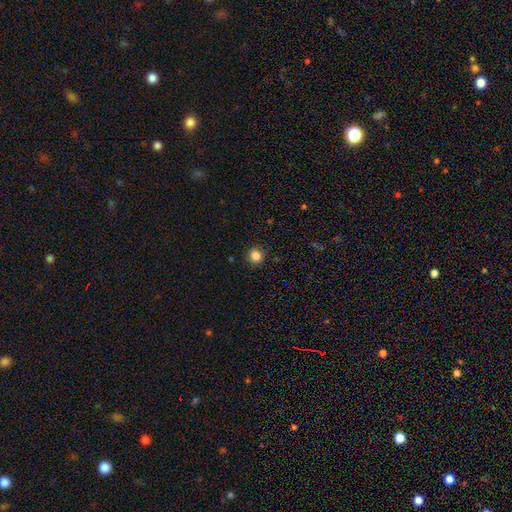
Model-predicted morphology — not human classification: type=smooth (83%); roundness=round (92%); merging=none (92%).